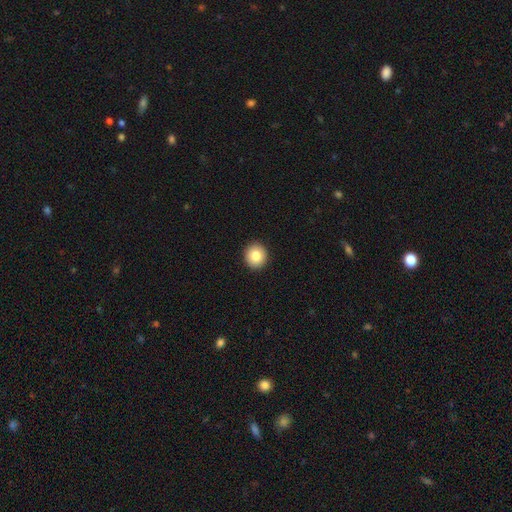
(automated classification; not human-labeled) A smooth galaxy with no disk features (84%) that is round (91%). Merging: none (93%).